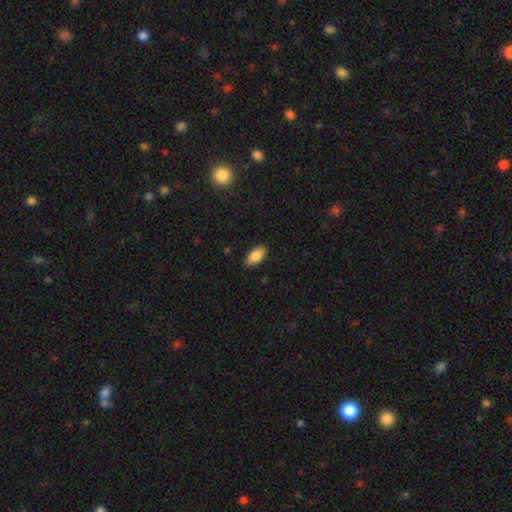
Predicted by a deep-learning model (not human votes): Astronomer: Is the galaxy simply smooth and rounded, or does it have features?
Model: smooth — 86%.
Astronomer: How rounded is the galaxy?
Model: in between — 93%.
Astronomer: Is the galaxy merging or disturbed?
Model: none — 87%.